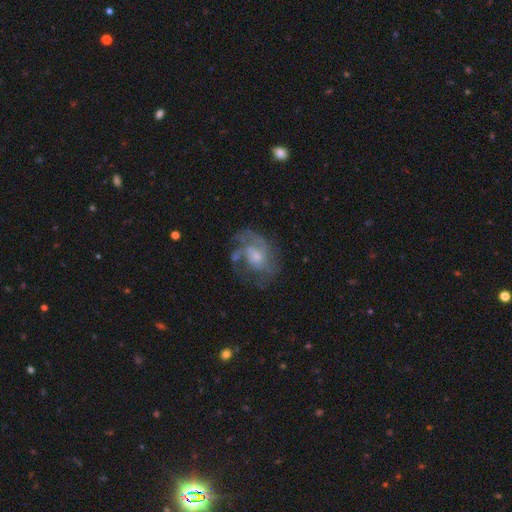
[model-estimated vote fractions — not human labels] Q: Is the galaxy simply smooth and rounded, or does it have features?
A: featured or disk — 76%.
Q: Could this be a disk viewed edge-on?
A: no — 97%.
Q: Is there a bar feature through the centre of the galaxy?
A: no — 68%.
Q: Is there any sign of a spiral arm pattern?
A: yes — 85%.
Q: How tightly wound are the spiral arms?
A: medium — 44%.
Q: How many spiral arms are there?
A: can't tell — 34%.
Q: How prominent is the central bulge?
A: small — 49%.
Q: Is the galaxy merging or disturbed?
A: none — 56%.